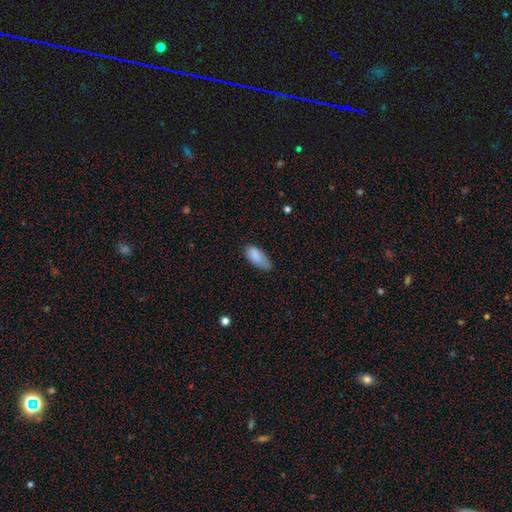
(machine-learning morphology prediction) Smooth or featured? smooth (86%)
How rounded? in between (84%)
Merging? none (50%)